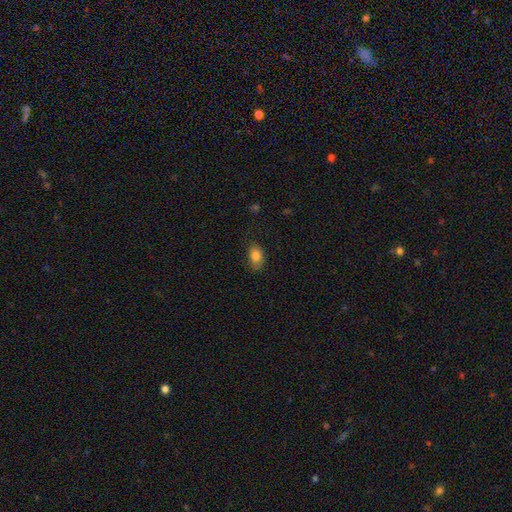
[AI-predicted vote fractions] Smooth or featured? smooth (84%)
How rounded? in between (87%)
Merging? none (77%)